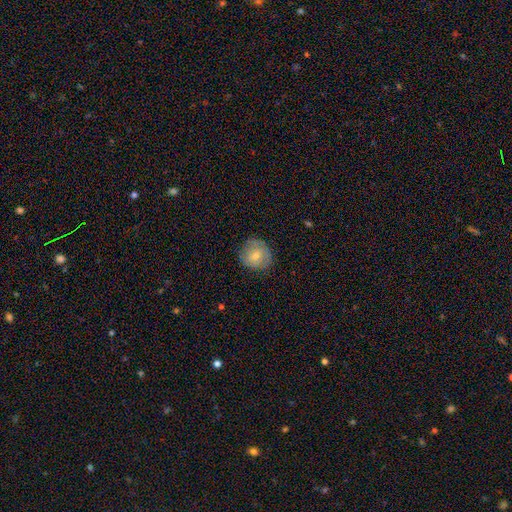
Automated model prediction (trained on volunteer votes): The model was most divided on "smooth or featured": smooth: 68%, featured or disk: 24%, star or artifact: 8%. More confident: how rounded — round (87%); merging — none (76%).